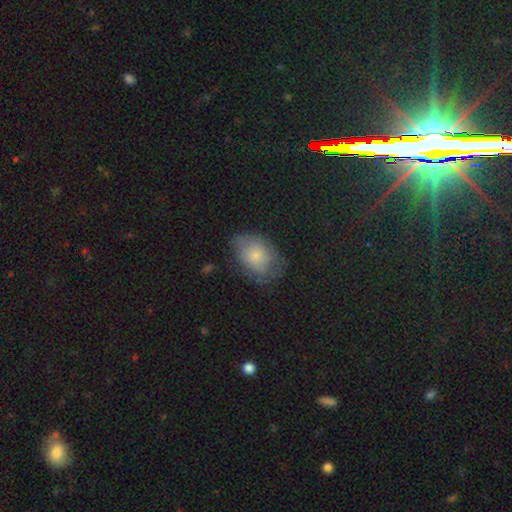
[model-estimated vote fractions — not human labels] The model was most divided on "merging": none: 58%, minor disturbance: 28%, major disturbance: 12%, merger: 2%. More confident: how rounded — in between (80%); smooth or featured — smooth (67%).